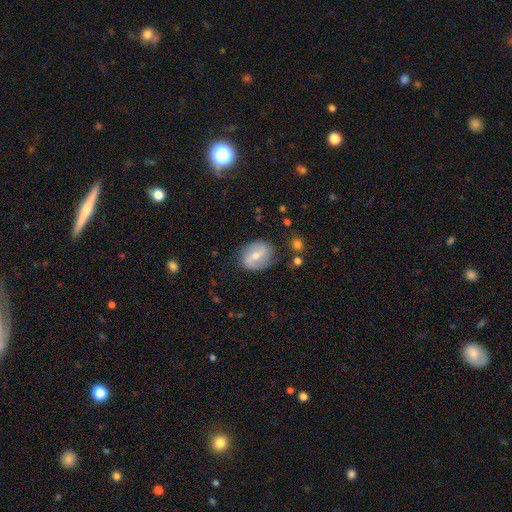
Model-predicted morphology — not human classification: featured or disk 56%, smooth 38%, star or artifact 6%. Down the decision tree: edge-on disk — no (95%); bar — weak (43%); spiral arms — yes (70%); bulge size — moderate (55%); merging — none (80%).